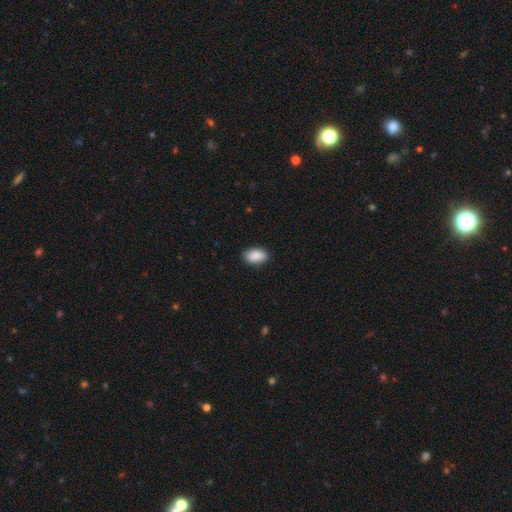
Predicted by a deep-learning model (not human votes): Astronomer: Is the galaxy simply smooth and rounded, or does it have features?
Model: smooth — 89%.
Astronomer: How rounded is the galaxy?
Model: in between — 91%.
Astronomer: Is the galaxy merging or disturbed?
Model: none — 84%.